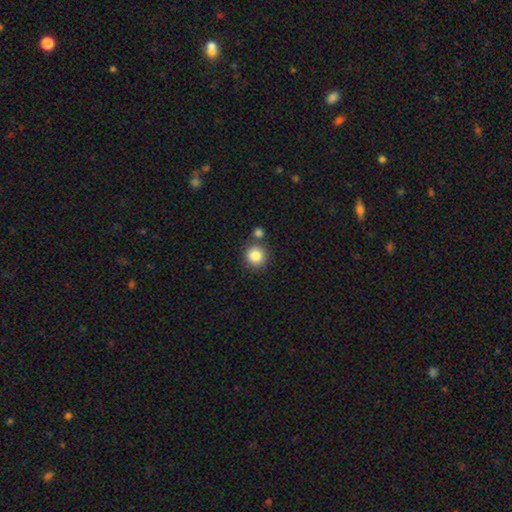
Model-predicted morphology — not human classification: Overall: smooth (85%). How rounded: round (93%). Merging: none (76%).